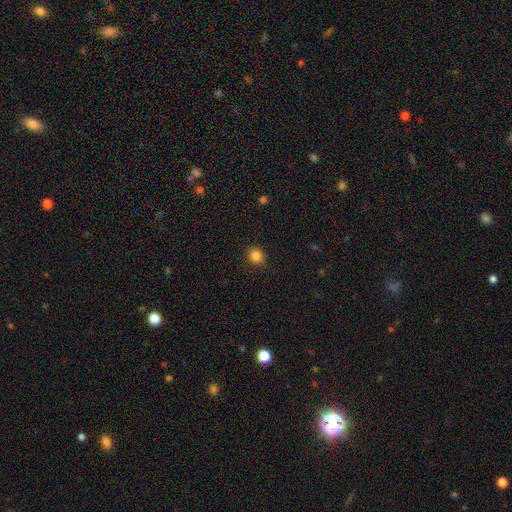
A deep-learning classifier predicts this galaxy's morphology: Smooth or featured? Predicted: smooth (p=0.84). How rounded? Predicted: round (p=0.78). Merging? Predicted: none (p=0.89).